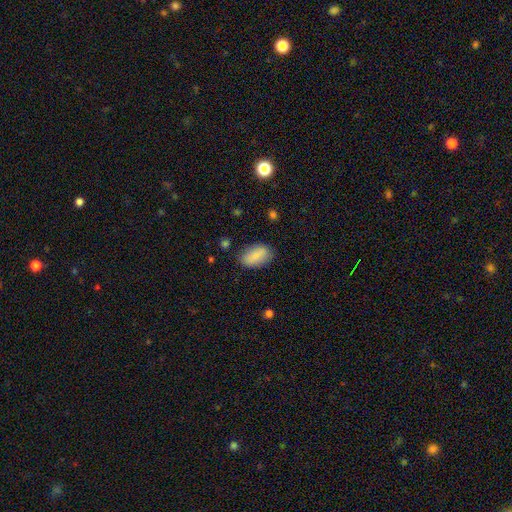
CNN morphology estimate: Smooth or featured: smooth — 85% (featured or disk — 8%)
How rounded: in between — 92% (round — 5%)
Merging: none — 80% (minor disturbance — 14%)